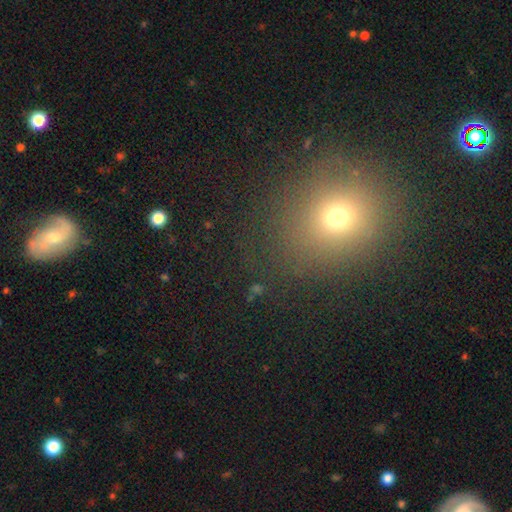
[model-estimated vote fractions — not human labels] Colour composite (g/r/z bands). It shows a smooth galaxy with no disk features (55%) that is round (72%). Merging: none (83%).